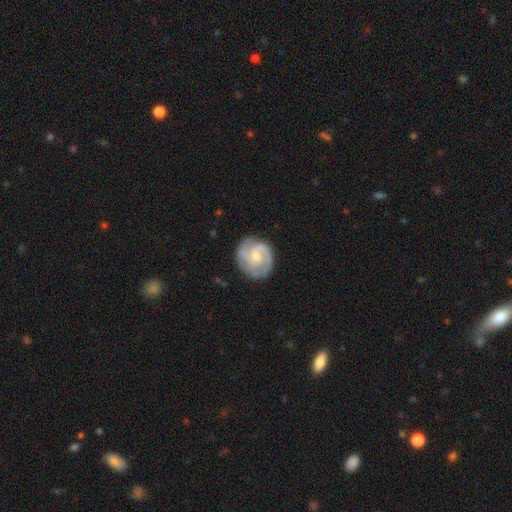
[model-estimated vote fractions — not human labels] This is likely a featured or disk galaxy (80%). It is clearly not viewed edge-on (98%). Bar: possibly no (51%). Spiral arm pattern: clearly yes (96%). Spiral arm count: possibly 2 (52%). Spiral winding: marginally medium (45%). Central bulge: possibly small (52%). Merging: likely none (77%).